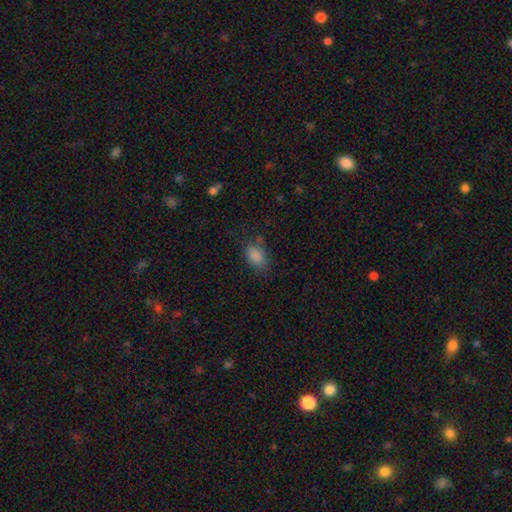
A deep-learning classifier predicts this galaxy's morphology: This appears to be a smooth galaxy with no disk features (85%) that is in between round and cigar-shaped (86%). Merging: none (73%).